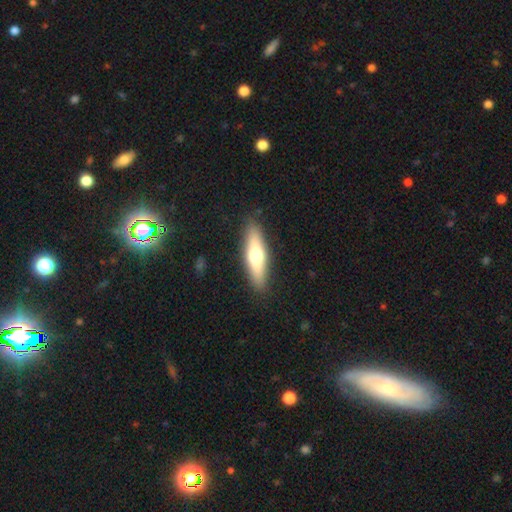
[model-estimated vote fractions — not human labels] Smooth or featured? Predicted: smooth (p=0.57). How rounded? Predicted: cigar-shaped (p=0.62). Merging? Predicted: none (p=0.88).